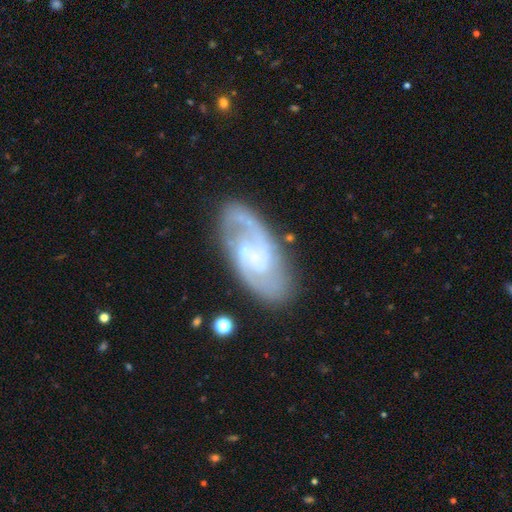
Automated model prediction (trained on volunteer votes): Q: Smooth or featured?
A: featured or disk (83%); runner-up: smooth (11%)
Q: Edge-on disk?
A: no (95%); runner-up: yes (5%)
Q: Bar?
A: no (53%); runner-up: weak (39%)
Q: Spiral arms?
A: yes (95%); runner-up: no (5%)
Q: Spiral winding?
A: medium (49%); runner-up: tight (36%)
Q: Spiral arm count?
A: 2 (79%); runner-up: can't tell (10%)
Q: Bulge size?
A: small (62%); runner-up: none (19%)
Q: Merging?
A: none (77%); runner-up: minor disturbance (15%)